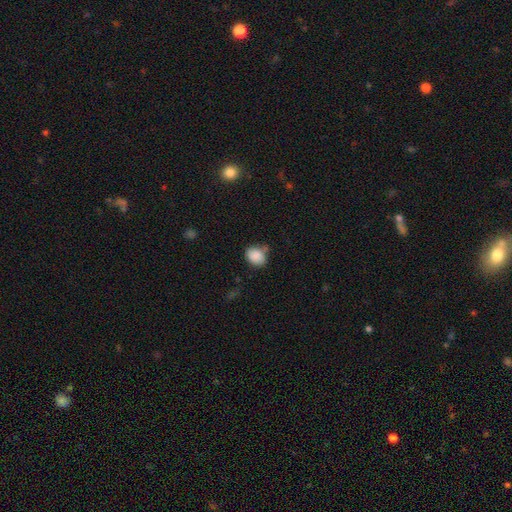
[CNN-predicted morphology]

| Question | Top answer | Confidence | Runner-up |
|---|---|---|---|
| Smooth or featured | smooth | 87% | star or artifact (8%) |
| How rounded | in between | 51% | round (48%) |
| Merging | none | 64% | minor disturbance (22%) |